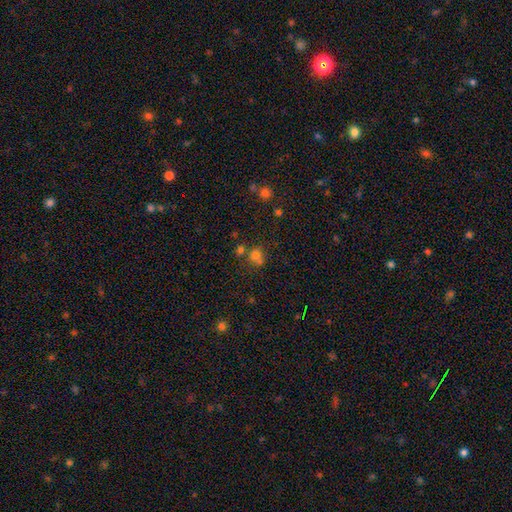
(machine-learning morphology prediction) This appears to be a smooth galaxy with no disk features (67%) that is round (69%). Merging: none (47%).